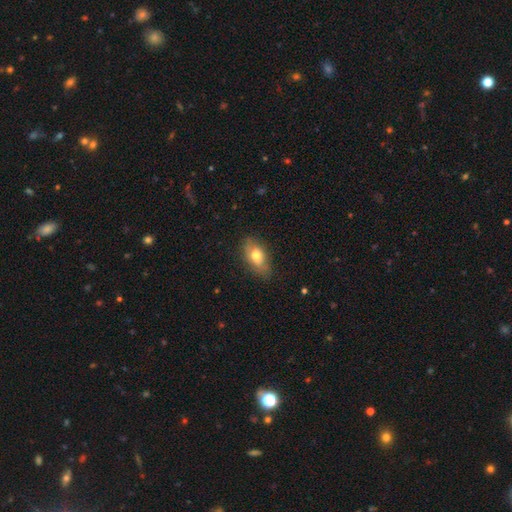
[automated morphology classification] Smooth or featured? smooth (71%)
How rounded? in between (85%)
Merging? none (79%)